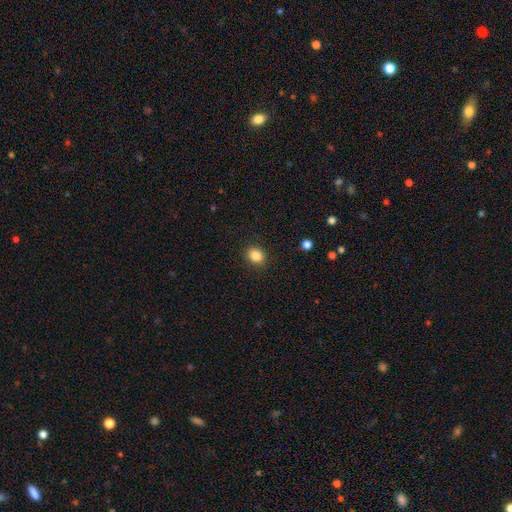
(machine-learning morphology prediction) The model was most divided on "how rounded": round: 60%, in between: 39%, cigar-shaped: 1%. More confident: merging — none (90%); smooth or featured — smooth (85%).